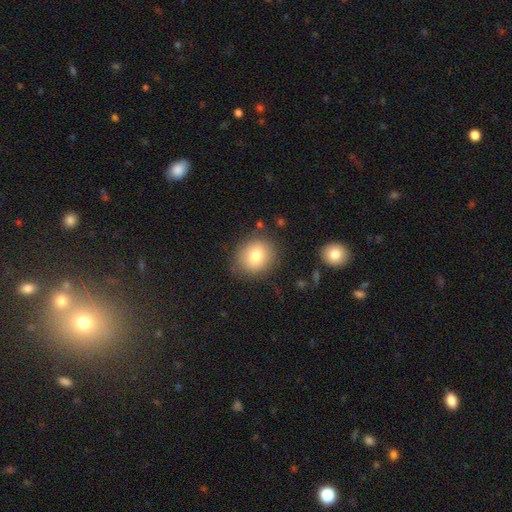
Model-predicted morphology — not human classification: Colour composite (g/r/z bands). It shows a smooth galaxy with no disk features (78%) that is round (77%). Merging: none (83%).